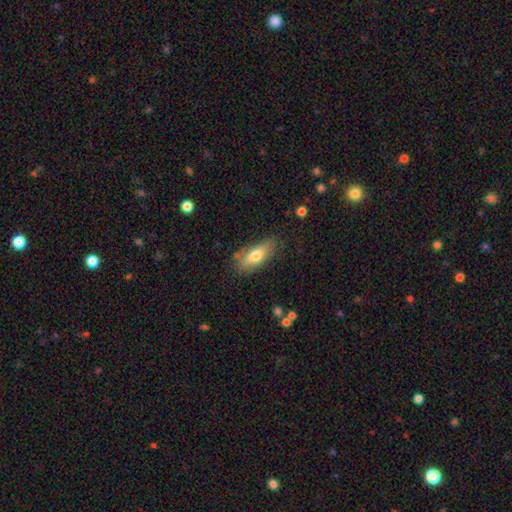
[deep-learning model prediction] smooth_or_featured: smooth (p=0.69) [alt: featured or disk p=0.24]
how_rounded: in between (p=0.74) [alt: cigar-shaped p=0.22]
merging: none (p=0.75) [alt: minor disturbance p=0.18]